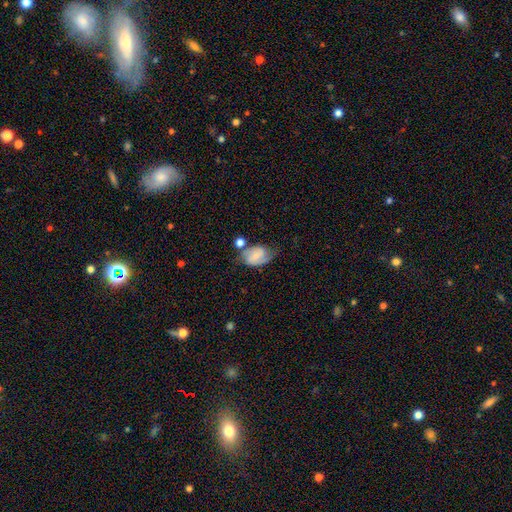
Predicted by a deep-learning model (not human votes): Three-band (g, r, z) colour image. It shows a featured or disk galaxy (51%). Merging: none (50%).